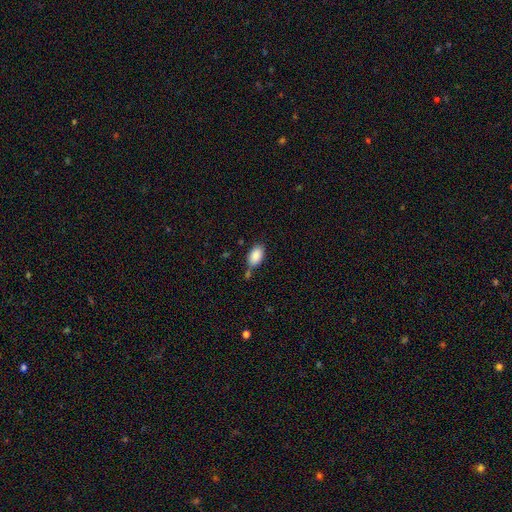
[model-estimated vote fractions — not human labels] Overall: smooth (88%). How rounded: in between (92%). Merging: none (62%).